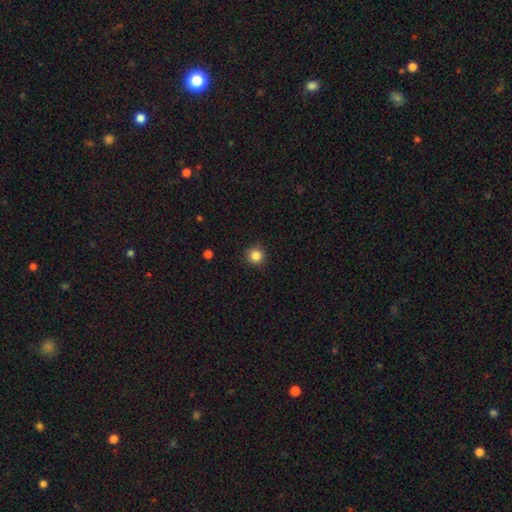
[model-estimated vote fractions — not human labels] Smooth or featured: smooth — 86% (star or artifact — 11%)
How rounded: round — 95% (in between — 4%)
Merging: none — 91% (minor disturbance — 6%)